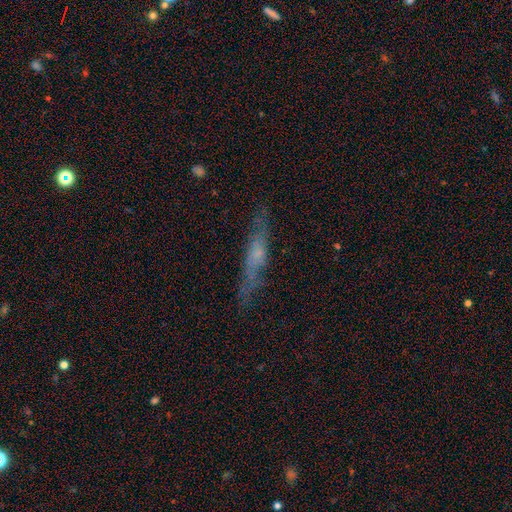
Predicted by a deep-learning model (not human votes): Morphology: type=featured or disk (57%); edge-on=yes (77%); merging=none (76%).